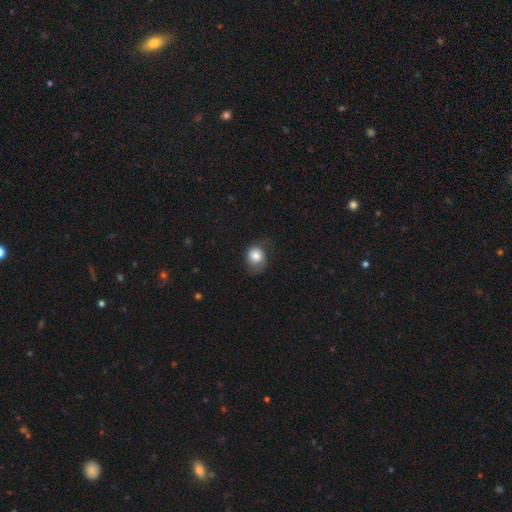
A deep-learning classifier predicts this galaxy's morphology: A smooth galaxy with no disk features (80%) that is round (68%). Merging: none (54%).